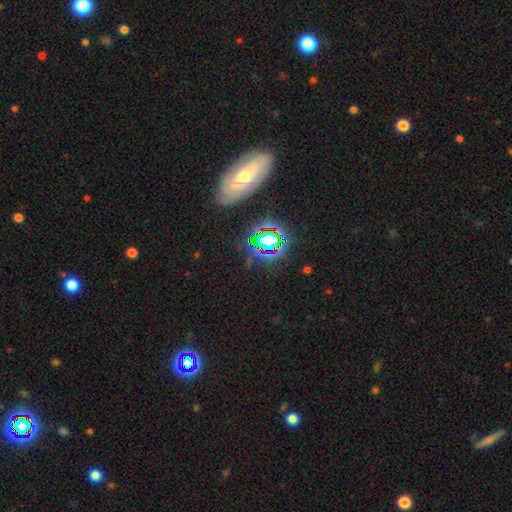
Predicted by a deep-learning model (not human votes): Q: Smooth or featured?
A: smooth (40%); runner-up: star or artifact (34%)
Q: Merging?
A: none (80%); runner-up: minor disturbance (10%)